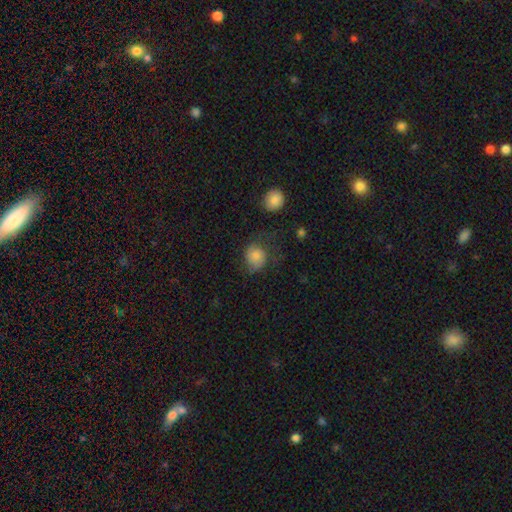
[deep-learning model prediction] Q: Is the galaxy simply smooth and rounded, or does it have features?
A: smooth — 73%.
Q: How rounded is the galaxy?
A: round — 76%.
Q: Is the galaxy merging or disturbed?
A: none — 52%.